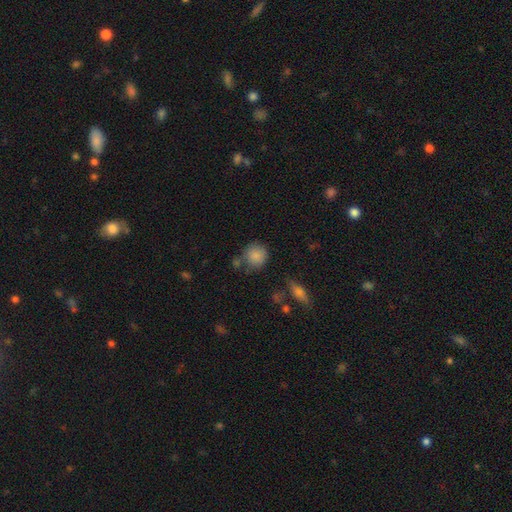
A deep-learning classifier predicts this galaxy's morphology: This appears to be a smooth galaxy with no disk features (85%) that is round (87%). Merging: none (67%).